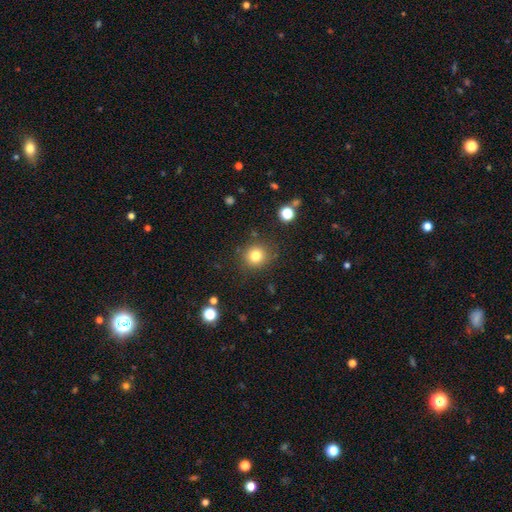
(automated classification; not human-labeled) This appears to be a smooth galaxy with no disk features (80%) that is round (89%). Merging: none (86%).